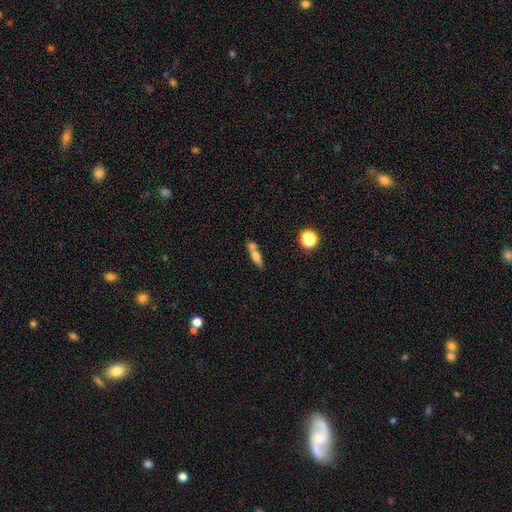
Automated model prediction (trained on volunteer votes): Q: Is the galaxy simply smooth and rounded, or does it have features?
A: smooth — 59%.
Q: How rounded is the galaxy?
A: cigar-shaped — 54%.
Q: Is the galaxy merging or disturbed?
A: none — 48%.